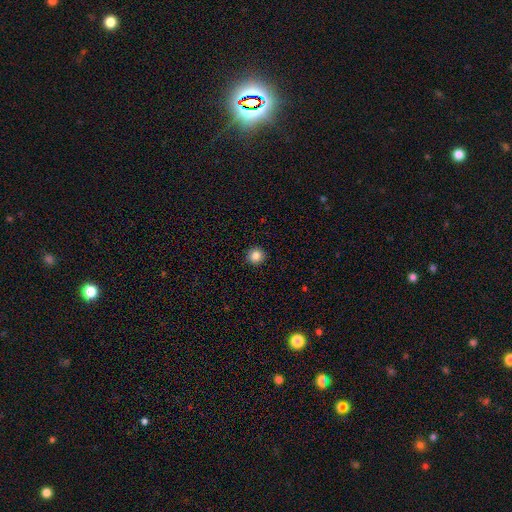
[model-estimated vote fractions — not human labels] smooth-or-featured: smooth: 85% | star or artifact: 10% | featured or disk: 5%
  how-rounded: round: 92% | in between: 7% | cigar-shaped: 1%
  merging: none: 93% | minor disturbance: 5% | major disturbance: 2% | merger: 1%